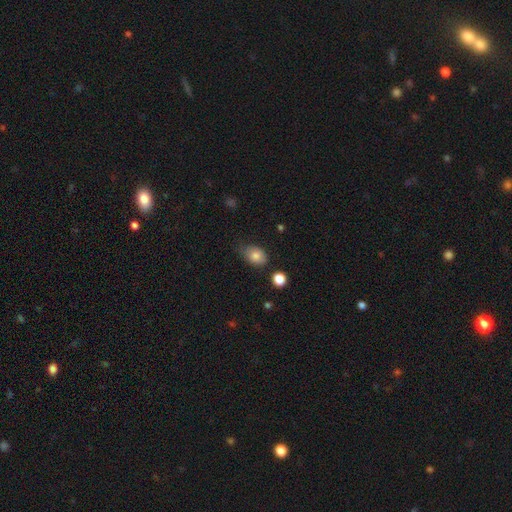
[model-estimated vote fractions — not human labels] This is likely a smooth galaxy (80%). How rounded: likely in between (72%). Merging: possibly none (53%).